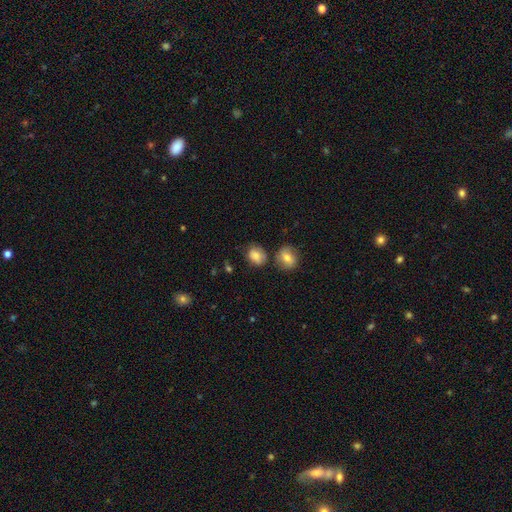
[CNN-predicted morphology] Smooth or featured: smooth — 82% (featured or disk — 9%)
How rounded: in between — 50% (round — 49%)
Merging: none — 62% (minor disturbance — 22%)